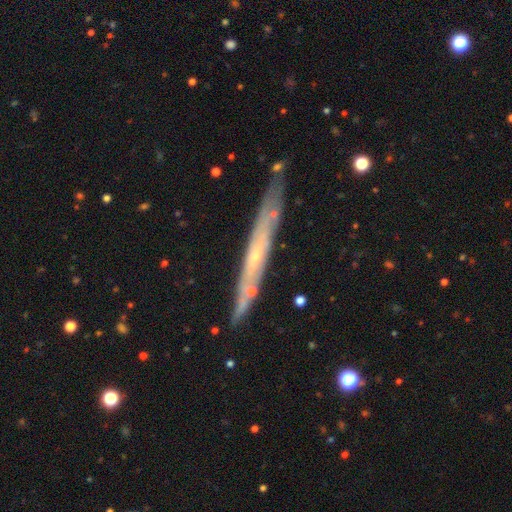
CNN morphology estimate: smooth-or-featured: featured or disk: 71% | smooth: 23% | star or artifact: 6%
  disk-edge-on: yes: 83% | no: 17%
    edge-on-bulge: none: 64% | rounded: 33% | boxy: 3%
  merging: none: 78% | minor disturbance: 15% | merger: 4% | major disturbance: 3%